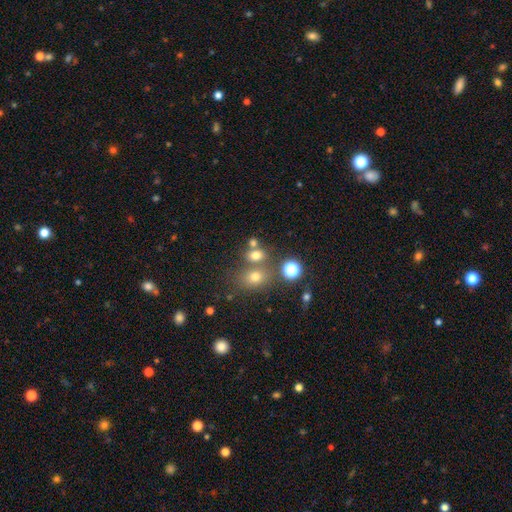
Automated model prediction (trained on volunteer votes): Q: Smooth or featured?
A: smooth (70%); runner-up: star or artifact (20%)
Q: How rounded?
A: round (50%); runner-up: in between (48%)
Q: Merging?
A: none (53%); runner-up: merger (31%)